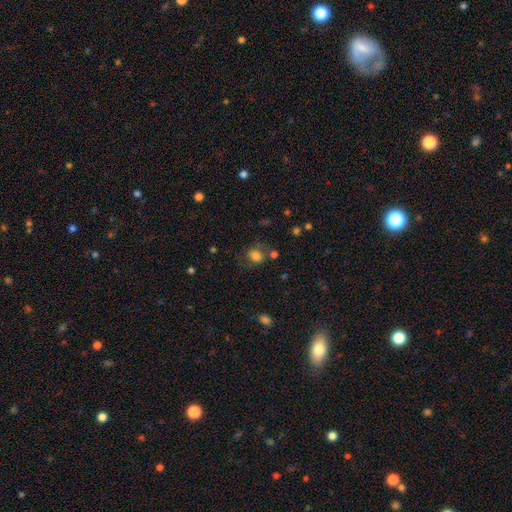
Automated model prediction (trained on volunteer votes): Smooth or featured? smooth (75%)
How rounded? round (60%)
Merging? none (59%)